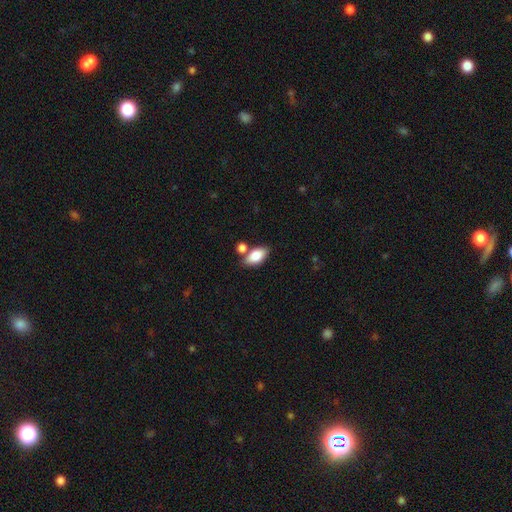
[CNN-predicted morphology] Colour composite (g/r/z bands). It shows a smooth galaxy with no disk features (81%) that is in between round and cigar-shaped (90%). Merging: none (65%).